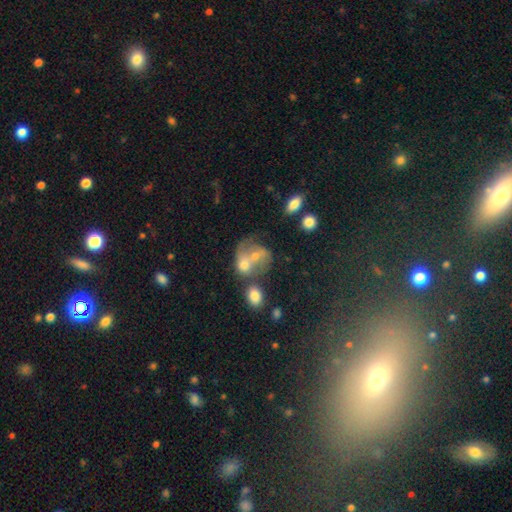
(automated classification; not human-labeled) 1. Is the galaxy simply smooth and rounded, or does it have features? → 45% featured or disk, 43% smooth, 11% star or artifact.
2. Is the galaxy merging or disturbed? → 55% merger, 22% none, 11% major disturbance, 11% minor disturbance.